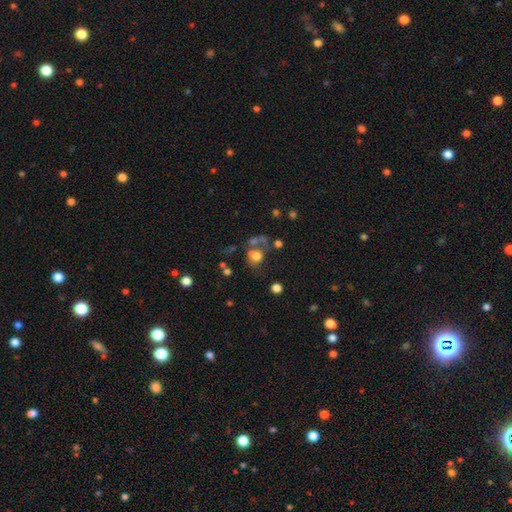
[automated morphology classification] smooth_or_featured: smooth (p=0.60) [alt: featured or disk p=0.23]
how_rounded: round (p=0.62) [alt: in between p=0.37]
merging: merger (p=0.40) [alt: none p=0.30]